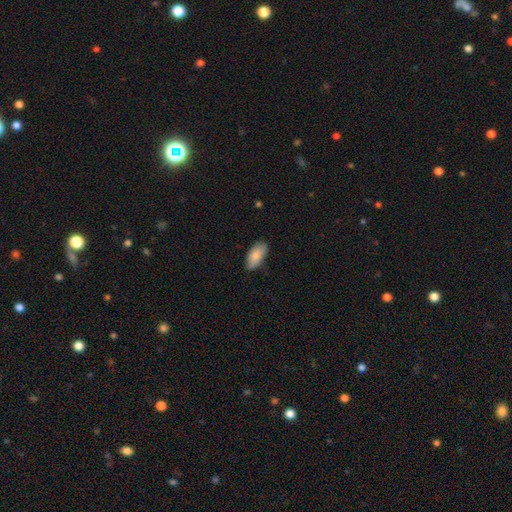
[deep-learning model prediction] A smooth galaxy with no disk features (87%) that is in between round and cigar-shaped (92%).

Vote fractions:
- Smooth or featured? smooth: 87% / featured or disk: 8% / star or artifact: 6%
- How rounded? in between: 92% / cigar-shaped: 5% / round: 2%
- Merging? none: 81% / minor disturbance: 15% / major disturbance: 2% / merger: 1%